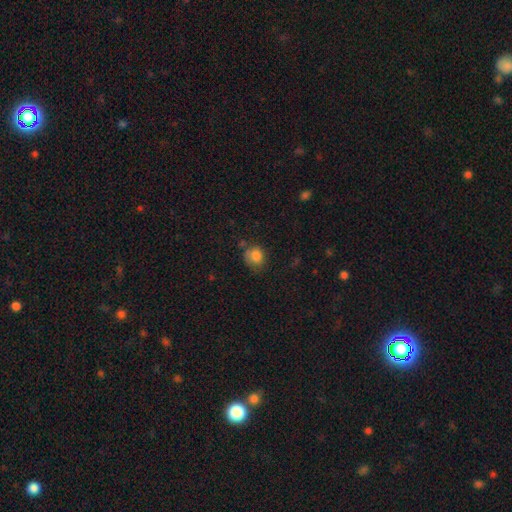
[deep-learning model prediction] Smooth or featured?
  - smooth: 82% *
  - star or artifact: 10%
  - featured or disk: 8%
How rounded?
  - round: 75% *
  - in between: 24%
  - cigar-shaped: 1%
Merging?
  - none: 56% *
  - minor disturbance: 28%
  - major disturbance: 10%
  - merger: 6%